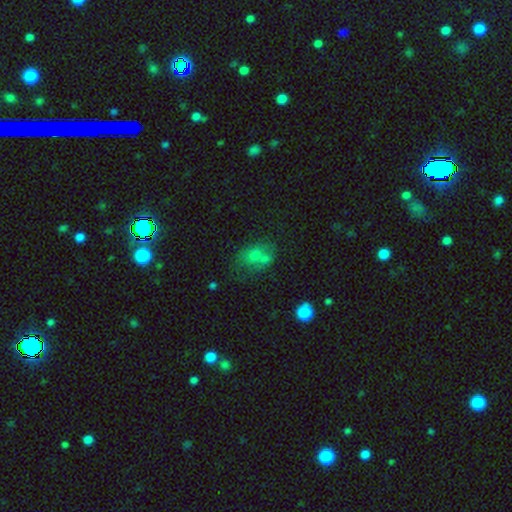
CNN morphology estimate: This is likely a smooth galaxy (61%). How rounded: possibly in between (52%). Merging: marginally merger (42%).